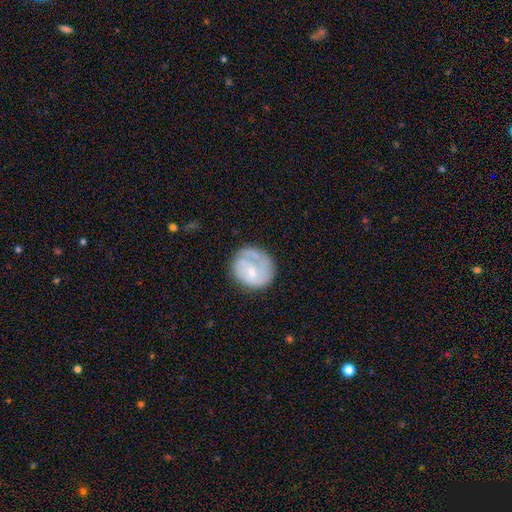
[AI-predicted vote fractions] The model was most divided on "smooth or featured": featured or disk: 48%, smooth: 45%, star or artifact: 7%. More confident: merging — none (58%).